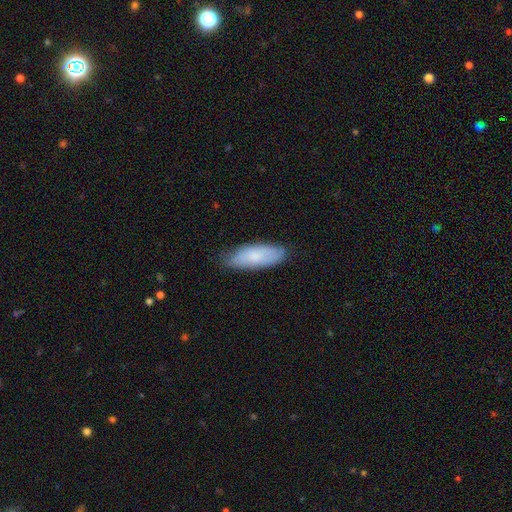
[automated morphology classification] This is likely a smooth galaxy (77%). How rounded: likely in between (70%). Merging: likely none (74%).